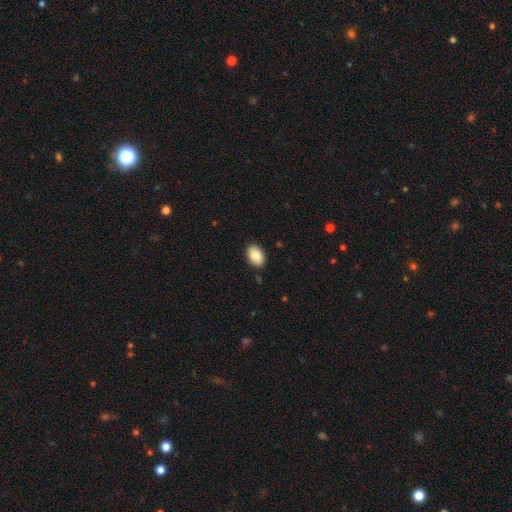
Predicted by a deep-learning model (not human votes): smooth 86%, featured or disk 7%, star or artifact 7%. Down the decision tree: how rounded — in between (84%); merging — none (88%).